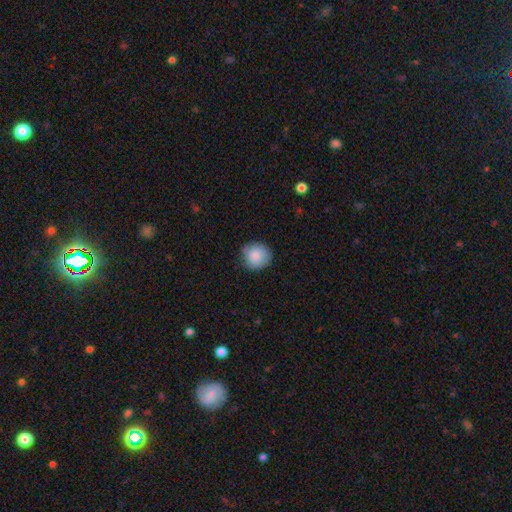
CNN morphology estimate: Overall: smooth (86%). How rounded: round (90%). Merging: none (78%).